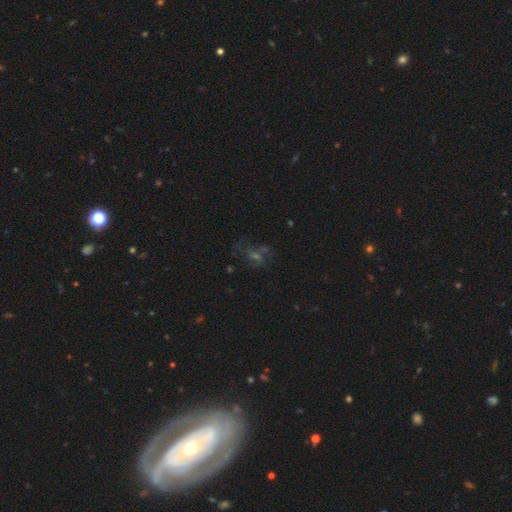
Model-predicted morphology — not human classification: Overall: star or artifact (41%; featured or disk 33%).